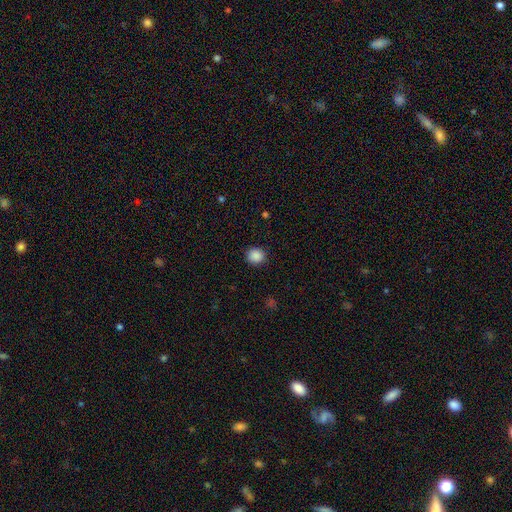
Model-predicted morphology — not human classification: smooth-or-featured: smooth: 88% | star or artifact: 9% | featured or disk: 3%
  how-rounded: round: 85% | in between: 14% | cigar-shaped: 1%
  merging: none: 90% | minor disturbance: 7% | major disturbance: 2% | merger: 1%